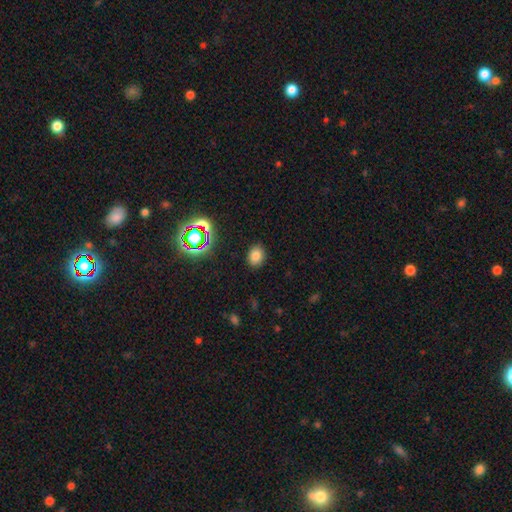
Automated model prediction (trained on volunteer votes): Smooth or featured?
  - smooth: 76% *
  - star or artifact: 17%
  - featured or disk: 7%
How rounded?
  - in between: 54% *
  - round: 45%
  - cigar-shaped: 1%
Merging?
  - none: 87% *
  - minor disturbance: 9%
  - major disturbance: 3%
  - merger: 1%